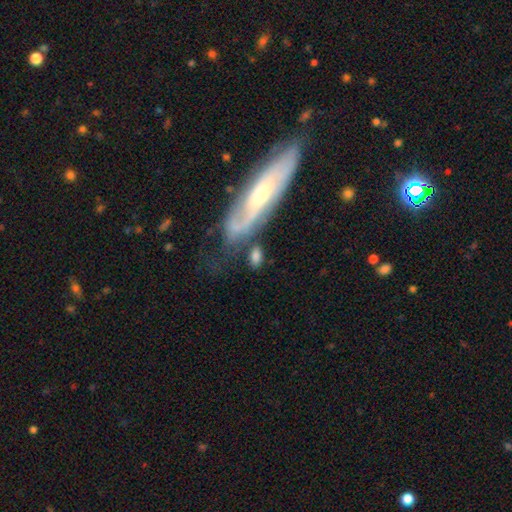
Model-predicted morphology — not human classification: A smooth galaxy with no disk features (72%) that is in between round and cigar-shaped (83%).

Vote fractions:
- Smooth or featured? smooth: 72% / featured or disk: 21% / star or artifact: 8%
- How rounded? in between: 83% / cigar-shaped: 9% / round: 9%
- Merging? none: 50% / merger: 19% / minor disturbance: 18% / major disturbance: 13%